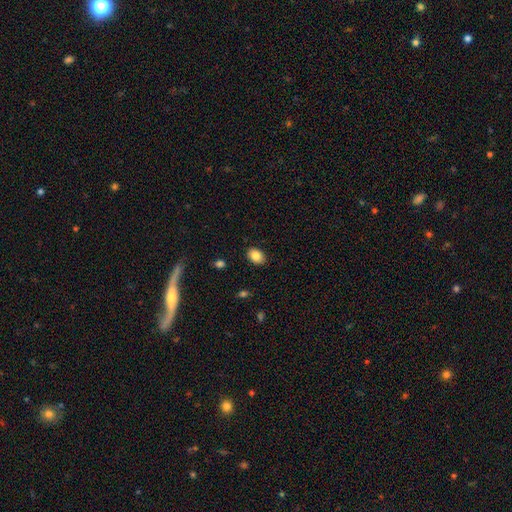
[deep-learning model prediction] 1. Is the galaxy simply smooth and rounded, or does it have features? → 85% smooth, 8% star or artifact, 7% featured or disk.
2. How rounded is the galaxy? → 82% in between, 17% round, 1% cigar-shaped.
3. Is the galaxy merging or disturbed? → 88% none, 9% minor disturbance, 2% major disturbance, 1% merger.